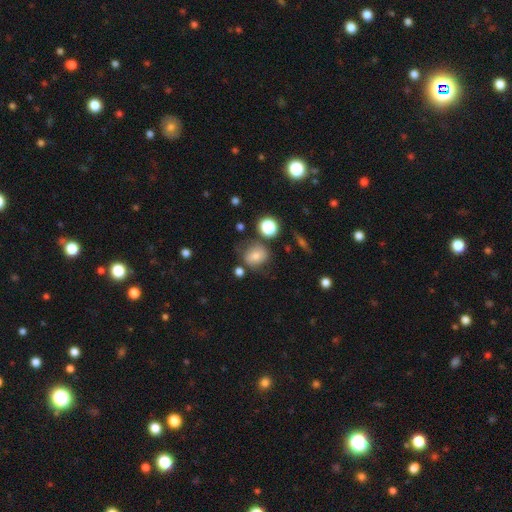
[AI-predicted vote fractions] Q: Smooth or featured?
A: smooth (67%); runner-up: featured or disk (19%)
Q: How rounded?
A: round (66%); runner-up: in between (33%)
Q: Merging?
A: none (62%); runner-up: minor disturbance (22%)